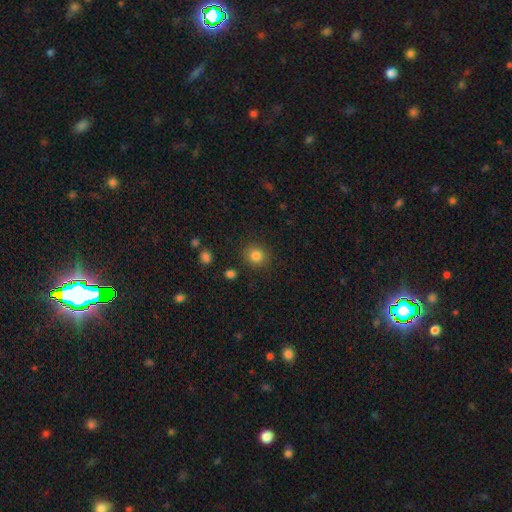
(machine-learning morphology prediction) Smooth or featured?
  - smooth: 83% *
  - star or artifact: 12%
  - featured or disk: 6%
How rounded?
  - round: 86% *
  - in between: 13%
  - cigar-shaped: 1%
Merging?
  - none: 89% *
  - minor disturbance: 7%
  - major disturbance: 2%
  - merger: 2%